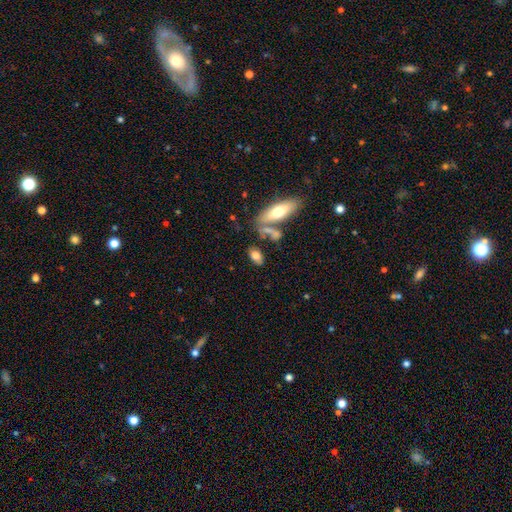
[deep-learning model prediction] Smooth or featured? smooth (75%)
How rounded? in between (84%)
Merging? none (62%)